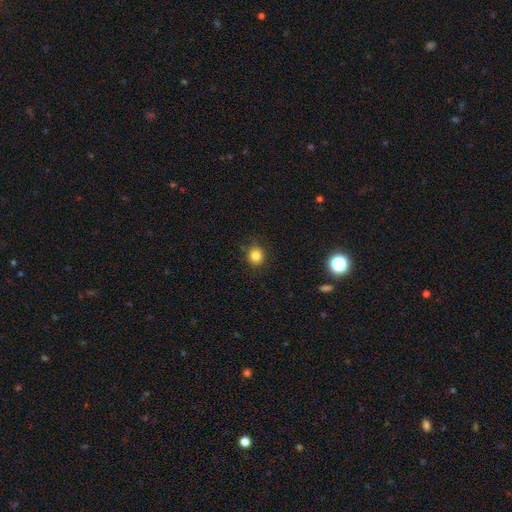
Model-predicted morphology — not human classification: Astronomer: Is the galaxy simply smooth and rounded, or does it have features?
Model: smooth — 83%.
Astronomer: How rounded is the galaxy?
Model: round — 88%.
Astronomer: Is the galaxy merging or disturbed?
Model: none — 87%.